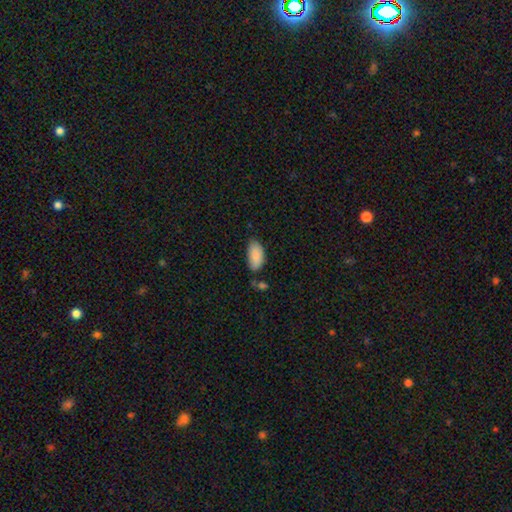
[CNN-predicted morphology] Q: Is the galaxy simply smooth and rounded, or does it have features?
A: smooth — 88%.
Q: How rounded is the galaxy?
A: in between — 94%.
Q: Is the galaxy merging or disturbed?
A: none — 66%.